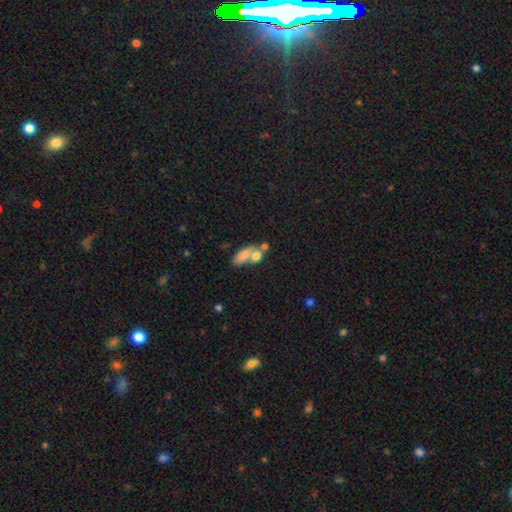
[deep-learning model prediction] Overall: smooth (72%). How rounded: in between (75%). Merging: merger (49%; none 32%).